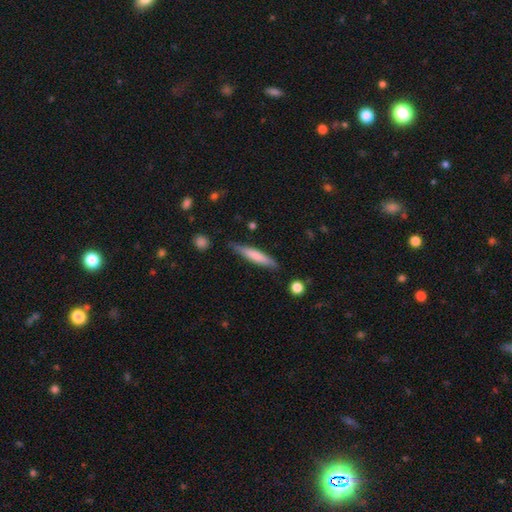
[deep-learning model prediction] Q: Smooth or featured?
A: smooth (69%); runner-up: featured or disk (26%)
Q: How rounded?
A: cigar-shaped (89%); runner-up: in between (9%)
Q: Merging?
A: none (82%); runner-up: minor disturbance (14%)